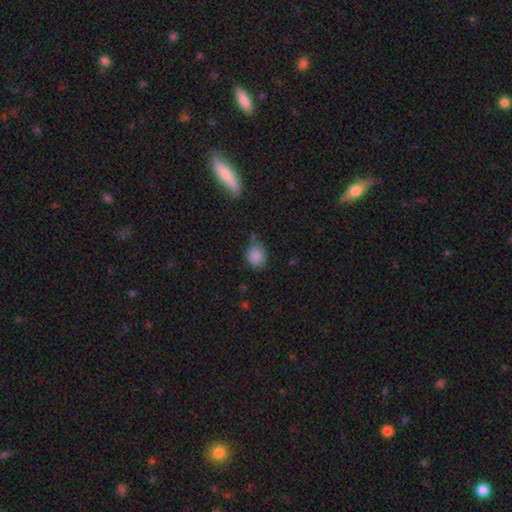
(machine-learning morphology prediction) Q: Smooth or featured?
A: smooth (84%); runner-up: star or artifact (10%)
Q: How rounded?
A: round (72%); runner-up: in between (27%)
Q: Merging?
A: none (52%); runner-up: minor disturbance (33%)